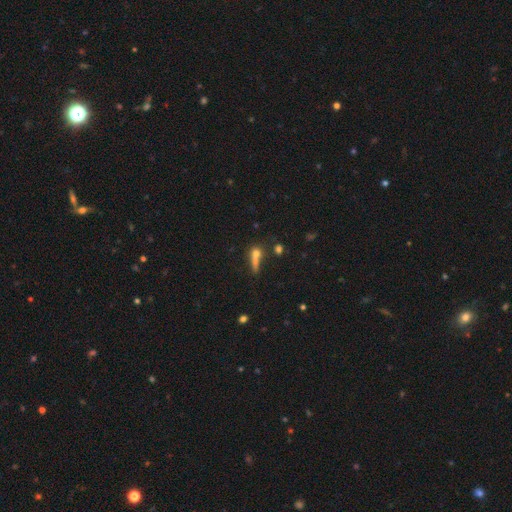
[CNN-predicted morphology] This appears to be a smooth galaxy with no disk features (59%) that is round (37%). Merging: none (44%).